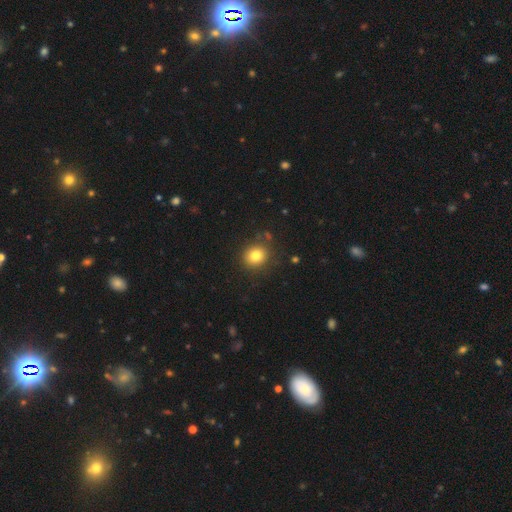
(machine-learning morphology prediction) type=smooth (80%); roundness=round (81%); merging=none (85%).